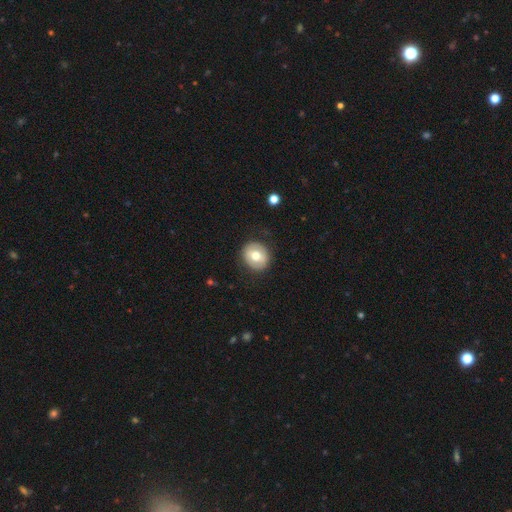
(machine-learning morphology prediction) This appears to be a smooth galaxy with no disk features (65%) that is round (80%). Merging: none (85%).